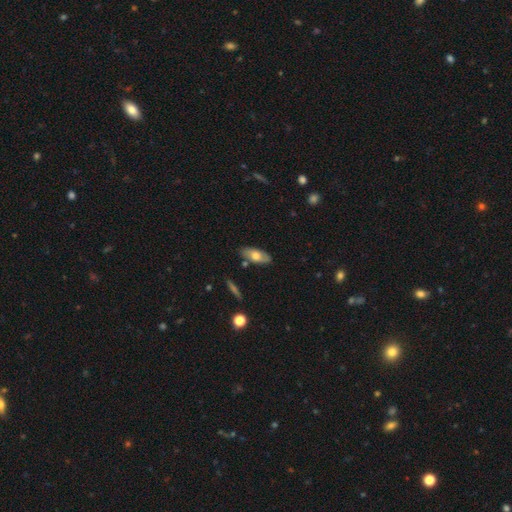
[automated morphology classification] smooth-or-featured: smooth: 64% | featured or disk: 30% | star or artifact: 6%
  how-rounded: in between: 82% | cigar-shaped: 15% | round: 3%
  merging: none: 81% | minor disturbance: 13% | merger: 4% | major disturbance: 2%